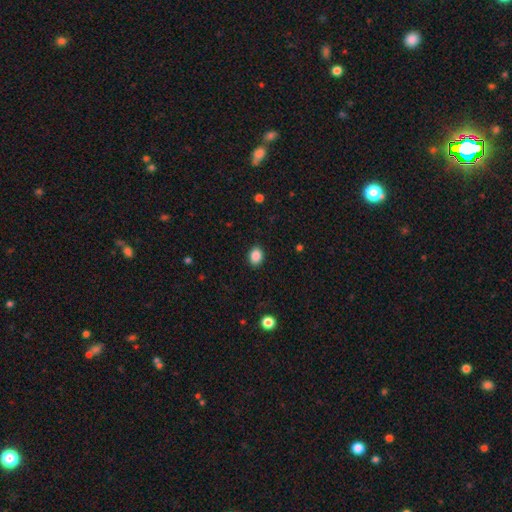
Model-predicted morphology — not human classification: A smooth galaxy with no disk features (88%) that is in between round and cigar-shaped (59%).

Vote fractions:
- Smooth or featured? smooth: 88% / star or artifact: 9% / featured or disk: 3%
- How rounded? in between: 59% / round: 40% / cigar-shaped: 1%
- Merging? none: 89% / minor disturbance: 8% / major disturbance: 2% / merger: 1%